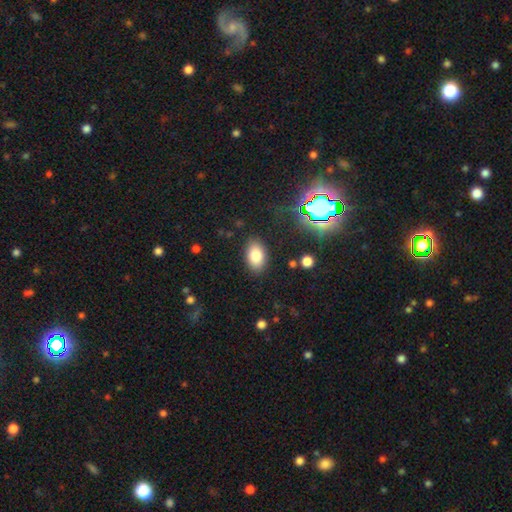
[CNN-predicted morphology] Q: Smooth or featured?
A: smooth (81%); runner-up: star or artifact (10%)
Q: How rounded?
A: in between (90%); runner-up: round (8%)
Q: Merging?
A: none (86%); runner-up: minor disturbance (10%)